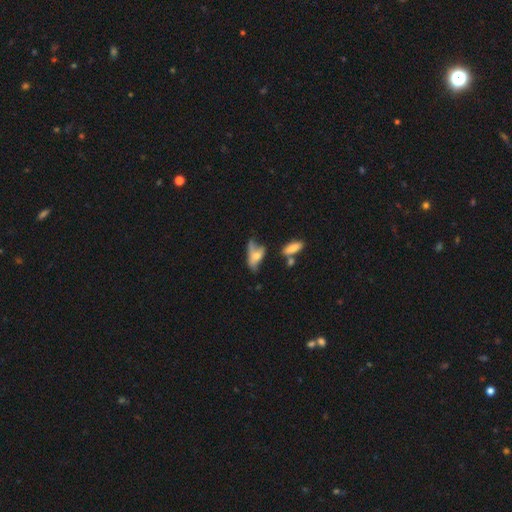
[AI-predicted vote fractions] The model was most divided on "merging": major disturbance: 34%, minor disturbance: 28%, none: 25%, merger: 14%. More confident: how rounded — in between (80%); smooth or featured — smooth (56%).